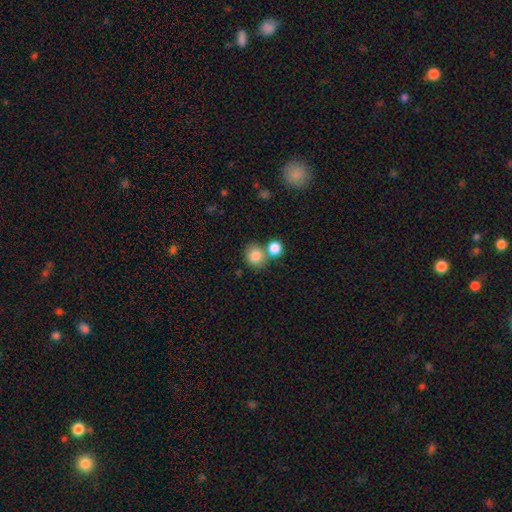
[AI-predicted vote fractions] smooth-or-featured: smooth: 83% | star or artifact: 10% | featured or disk: 7%
  how-rounded: round: 75% | in between: 24% | cigar-shaped: 1%
  merging: none: 56% | merger: 31% | minor disturbance: 10% | major disturbance: 4%